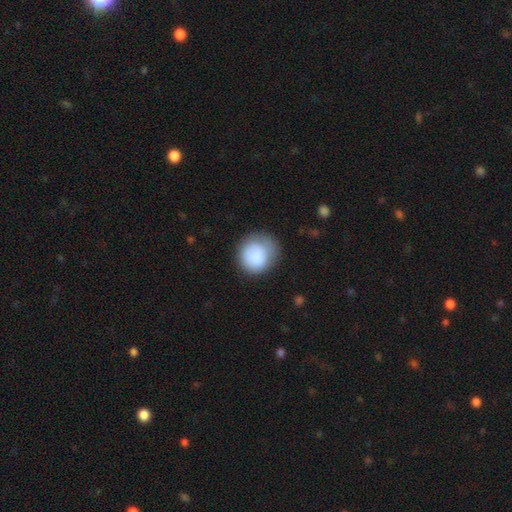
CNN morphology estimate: smooth 86%, featured or disk 7%, star or artifact 7%. Down the decision tree: how rounded — round (83%); merging — none (65%).